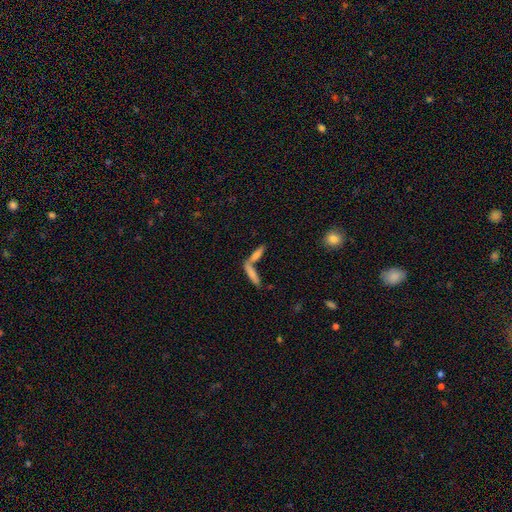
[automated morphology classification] A smooth galaxy with no disk features (48%).

Vote fractions:
- Smooth or featured? smooth: 48% / featured or disk: 30% / star or artifact: 22%
- Merging? none: 46% / merger: 36% / minor disturbance: 10% / major disturbance: 8%